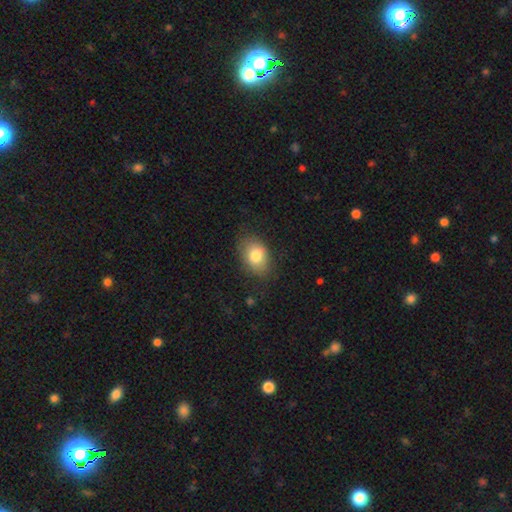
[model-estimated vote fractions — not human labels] smooth 80%, featured or disk 12%, star or artifact 8%. Down the decision tree: how rounded — in between (77%); merging — none (76%).